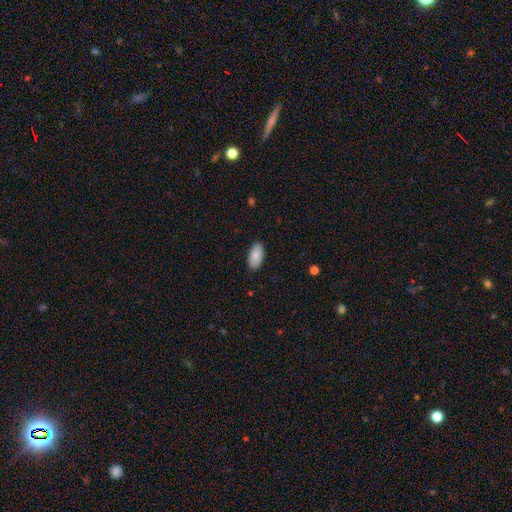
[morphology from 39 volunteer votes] Q: Smooth or featured?
A: smooth (90%); runner-up: star or artifact (8%)
Q: How rounded?
A: in between (94%); runner-up: cigar-shaped (6%)
Q: Merging?
A: none (94%); runner-up: major disturbance (6%)